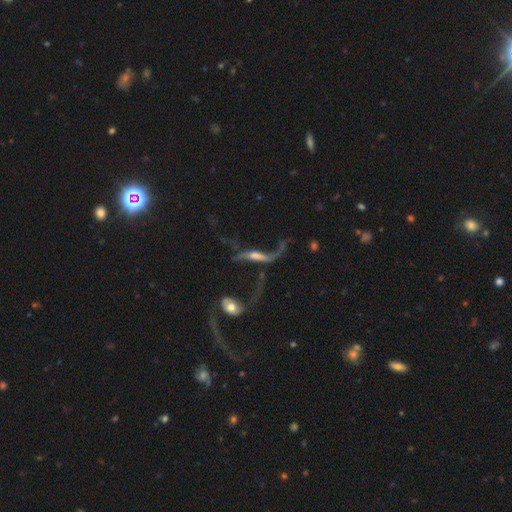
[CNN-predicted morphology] featured or disk 78%, smooth 13%, star or artifact 9%. Down the decision tree: edge-on disk — no (72%); bar — no (40%); spiral arms — yes (81%); bulge size — moderate (39%); merging — major disturbance (33%).